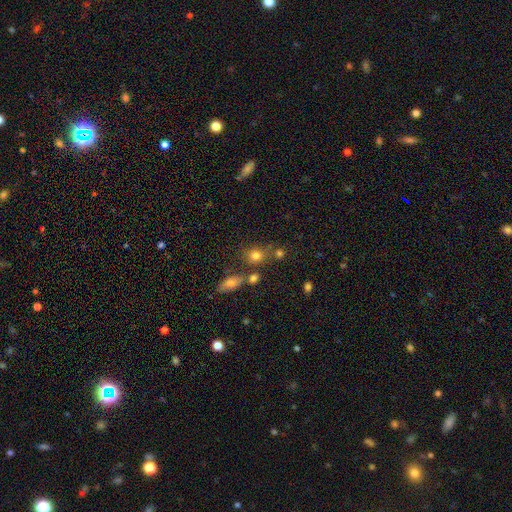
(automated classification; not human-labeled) Smooth or featured?
  - smooth: 77% *
  - star or artifact: 14%
  - featured or disk: 9%
How rounded?
  - round: 66% *
  - in between: 32%
  - cigar-shaped: 2%
Merging?
  - none: 63% *
  - merger: 19%
  - minor disturbance: 13%
  - major disturbance: 5%